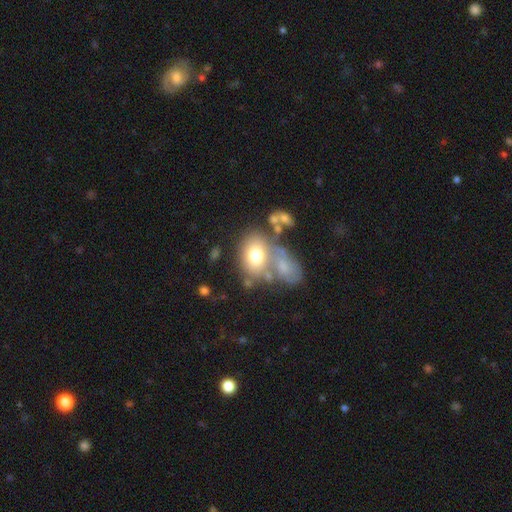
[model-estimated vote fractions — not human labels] The model was most divided on "merging": none: 39%, merger: 35%, minor disturbance: 15%, major disturbance: 11%. More confident: smooth or featured — smooth (69%); how rounded — in between (65%).